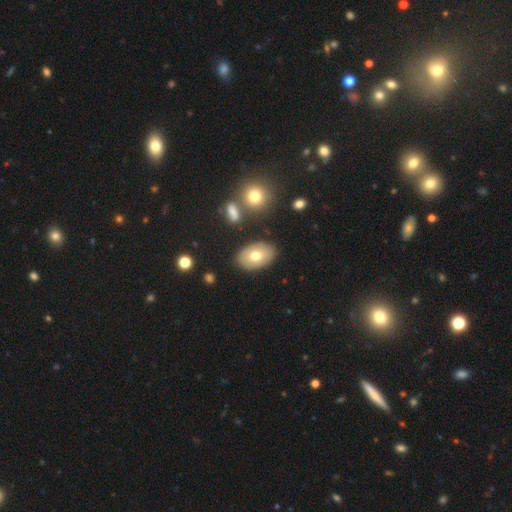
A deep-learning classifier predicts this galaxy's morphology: A smooth galaxy with no disk features (69%) that is in between round and cigar-shaped (88%).

Vote fractions:
- Smooth or featured? smooth: 69% / featured or disk: 23% / star or artifact: 8%
- How rounded? in between: 88% / round: 11% / cigar-shaped: 1%
- Merging? none: 83% / minor disturbance: 10% / merger: 3% / major disturbance: 3%